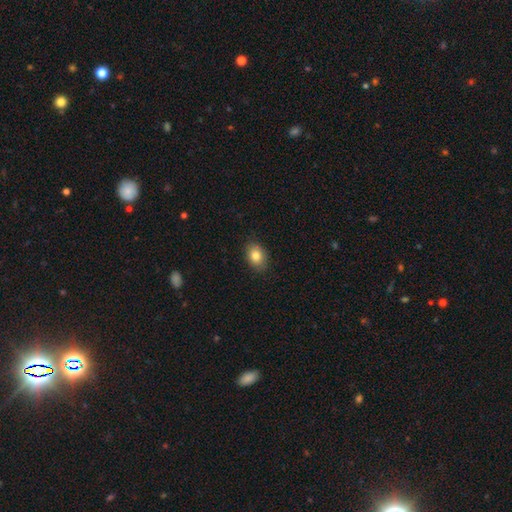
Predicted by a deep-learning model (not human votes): smooth 82%, featured or disk 10%, star or artifact 8%. Down the decision tree: how rounded — in between (77%); merging — none (86%).